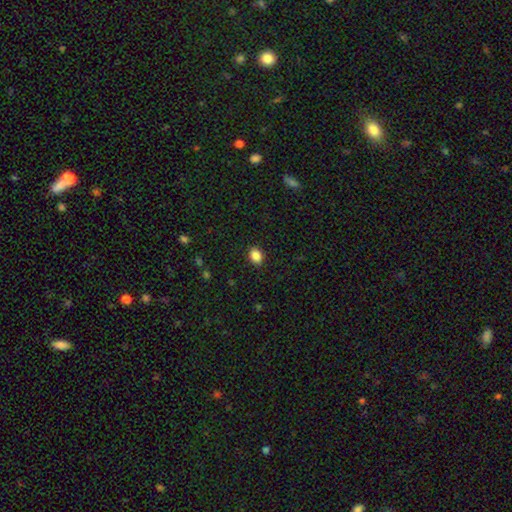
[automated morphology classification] smooth_or_featured: smooth (p=0.87) [alt: star or artifact p=0.09]
how_rounded: in between (p=0.70) [alt: round p=0.29]
merging: none (p=0.89) [alt: minor disturbance p=0.08]